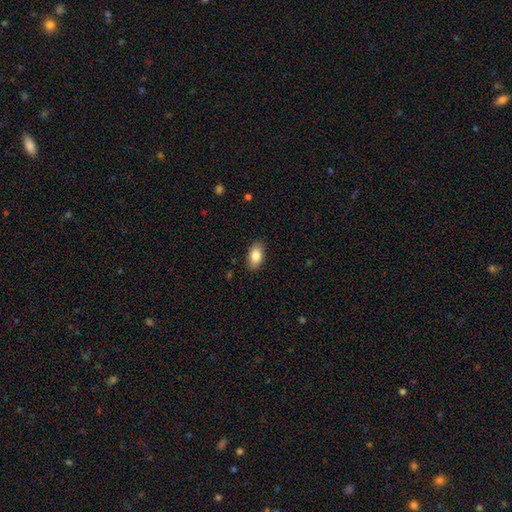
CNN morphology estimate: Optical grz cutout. It shows a smooth galaxy with no disk features (86%) that is in between round and cigar-shaped (92%). Merging: none (87%).